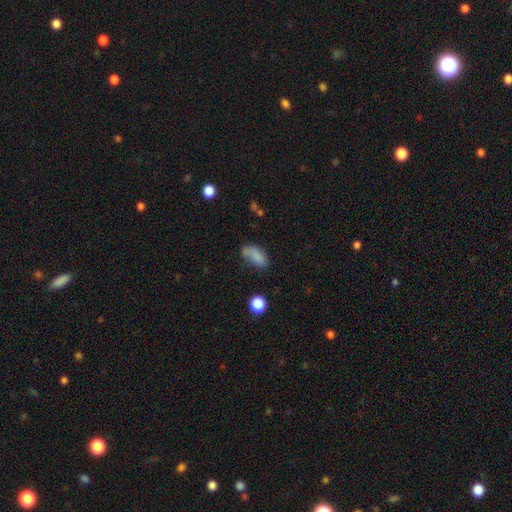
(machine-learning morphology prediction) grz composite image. It shows a smooth galaxy with no disk features (80%) that is in between round and cigar-shaped (88%). Merging: none (51%).